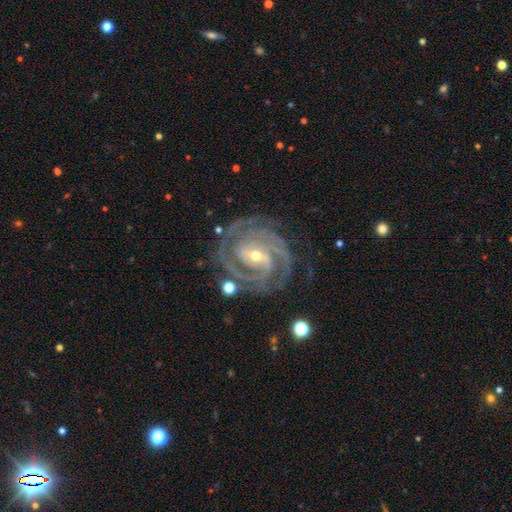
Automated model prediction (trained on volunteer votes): Morphology: type=featured or disk (92%); edge-on=no (97%); bar=weak (42%); spiral arms=yes (99%); winding=tight (71%); arm count=3 (38%); bulge=small (56%); merging=none (76%).